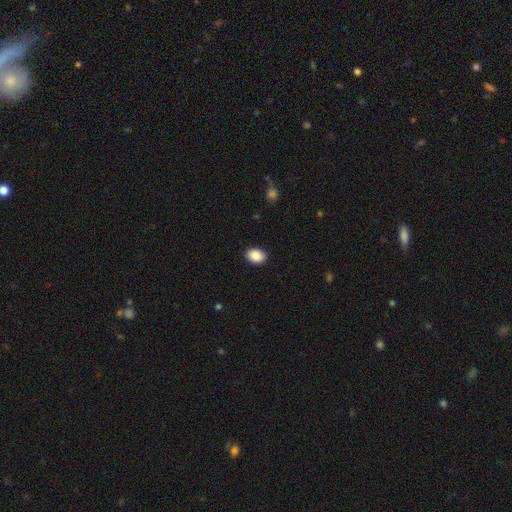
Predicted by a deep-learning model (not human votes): smooth-or-featured: smooth: 89% | star or artifact: 8% | featured or disk: 3%
  how-rounded: in between: 71% | round: 28% | cigar-shaped: 1%
  merging: none: 89% | minor disturbance: 8% | major disturbance: 2% | merger: 1%